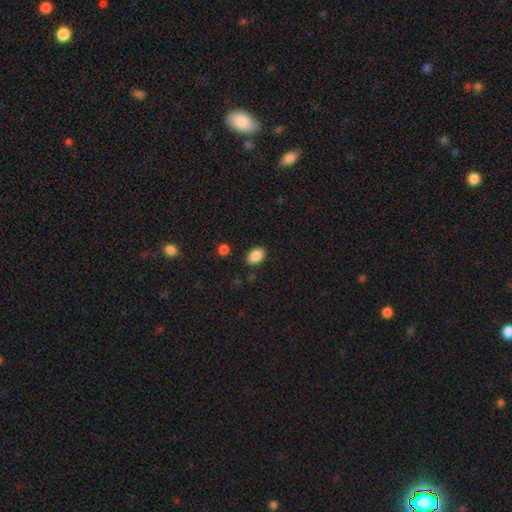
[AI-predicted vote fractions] A smooth galaxy with no disk features (87%) that is in between round and cigar-shaped (84%).

Vote fractions:
- Smooth or featured? smooth: 87% / star or artifact: 8% / featured or disk: 5%
- How rounded? in between: 84% / round: 15% / cigar-shaped: 1%
- Merging? none: 85% / minor disturbance: 10% / major disturbance: 3% / merger: 2%